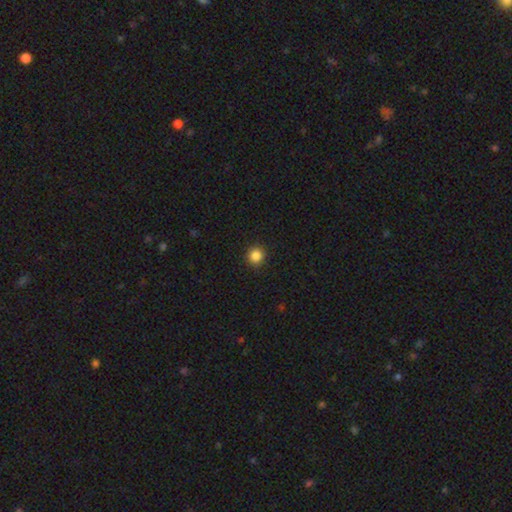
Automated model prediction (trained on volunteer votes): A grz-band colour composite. It shows a smooth galaxy with no disk features (85%) that is round (94%). Merging: none (92%).